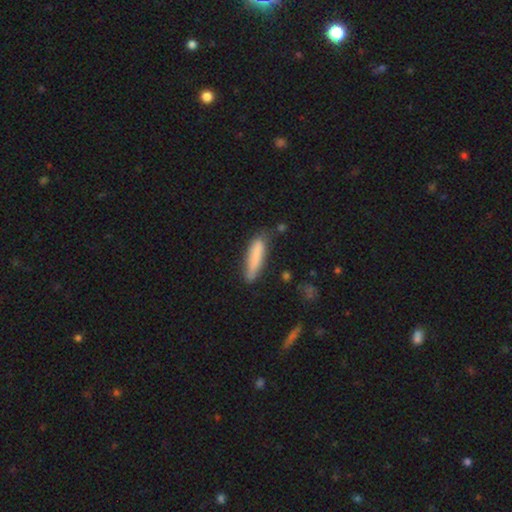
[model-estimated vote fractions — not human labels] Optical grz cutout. It shows a smooth galaxy with no disk features (82%) that is cigar-shaped (80%). Merging: none (69%).